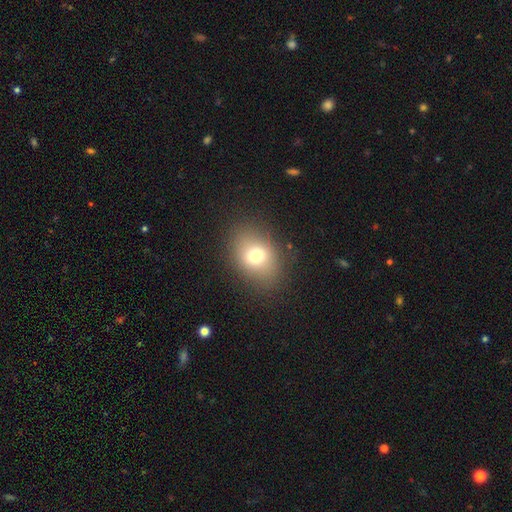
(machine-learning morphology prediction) type=smooth (73%); roundness=in between (64%); merging=none (82%).